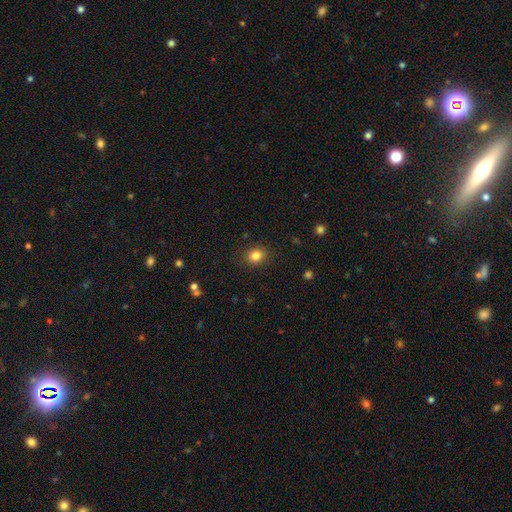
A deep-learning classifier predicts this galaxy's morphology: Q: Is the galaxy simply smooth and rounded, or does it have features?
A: smooth — 83%.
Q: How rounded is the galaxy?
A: round — 65%.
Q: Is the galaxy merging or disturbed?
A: none — 88%.